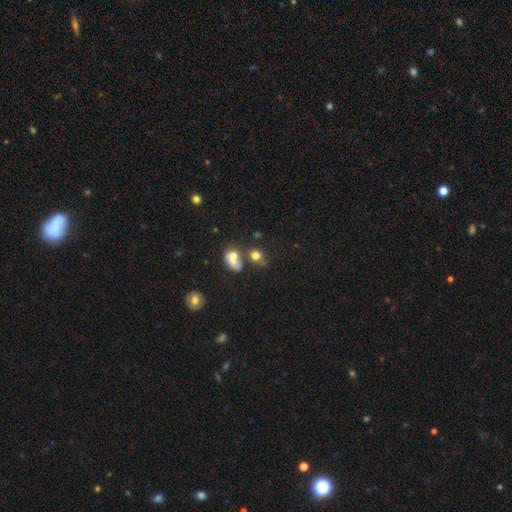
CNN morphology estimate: A smooth galaxy with no disk features (73%) that is round (69%).

Vote fractions:
- Smooth or featured? smooth: 73% / star or artifact: 15% / featured or disk: 12%
- How rounded? round: 69% / in between: 30% / cigar-shaped: 1%
- Merging? none: 45% / merger: 32% / minor disturbance: 14% / major disturbance: 9%